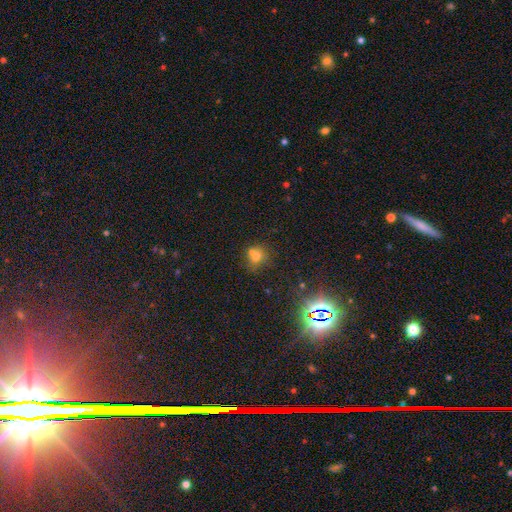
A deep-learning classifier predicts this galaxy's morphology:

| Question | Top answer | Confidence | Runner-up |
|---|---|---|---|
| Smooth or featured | smooth | 63% | star or artifact (22%) |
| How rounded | round | 77% | in between (22%) |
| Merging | none | 47% | merger (38%) |